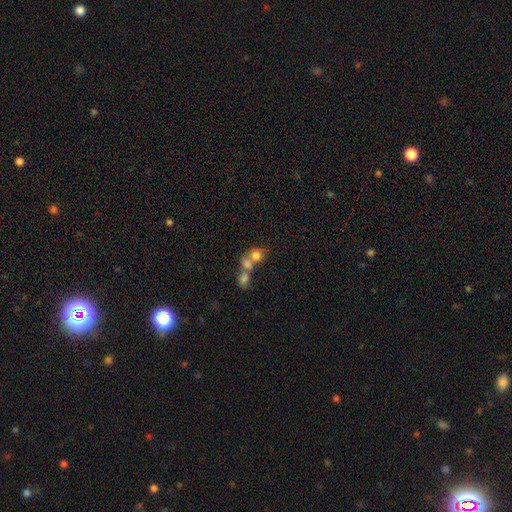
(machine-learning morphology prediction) Smooth or featured? Predicted: smooth (p=0.72). How rounded? Predicted: round (p=0.64). Merging? Predicted: merger (p=0.63).